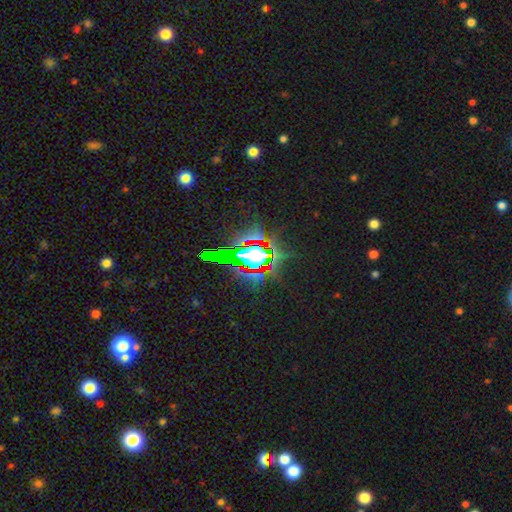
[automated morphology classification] smooth_or_featured: star or artifact (p=0.73) [alt: smooth p=0.15]